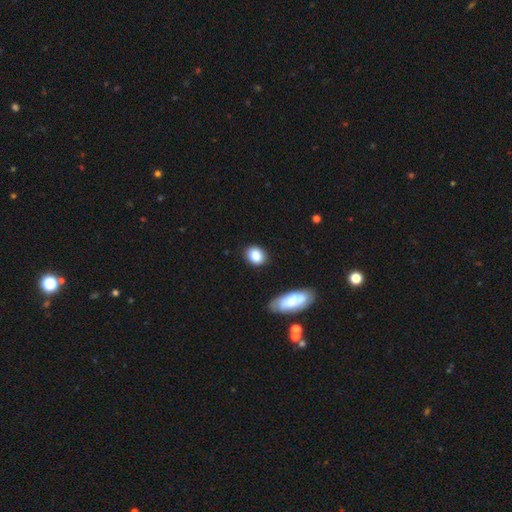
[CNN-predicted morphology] This is clearly a smooth galaxy (86%). How rounded: possibly in between (59%). Merging: clearly none (83%).